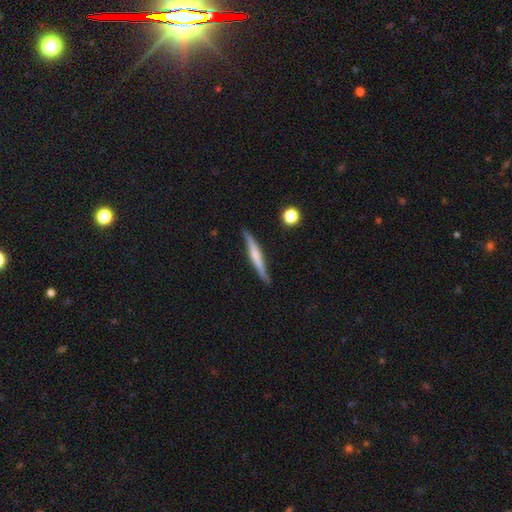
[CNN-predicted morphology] Smooth or featured: featured or disk — 56% (smooth — 39%)
Edge-on disk: yes — 92% (no — 8%)
Edge-on bulge: none — 40% (rounded — 36%)
Merging: none — 81% (minor disturbance — 15%)